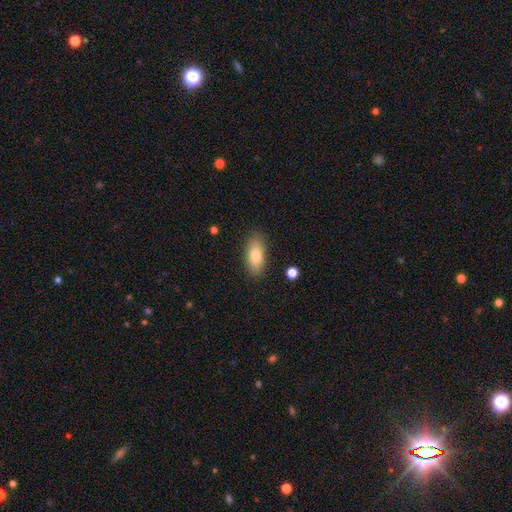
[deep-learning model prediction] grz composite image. It shows a smooth galaxy with no disk features (78%) that is in between round and cigar-shaped (83%). Merging: none (86%).